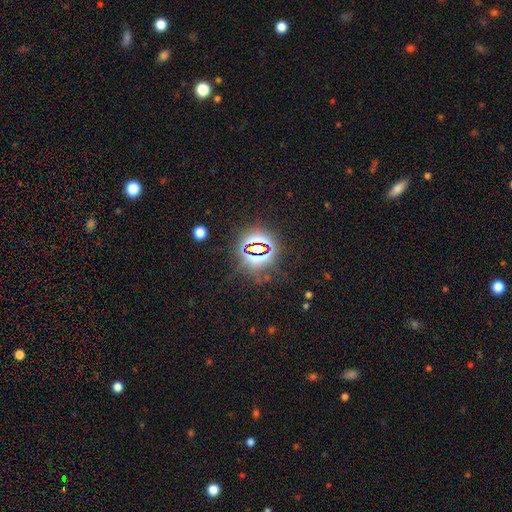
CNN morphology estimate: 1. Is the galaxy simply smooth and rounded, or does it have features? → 80% star or artifact, 12% smooth, 8% featured or disk.